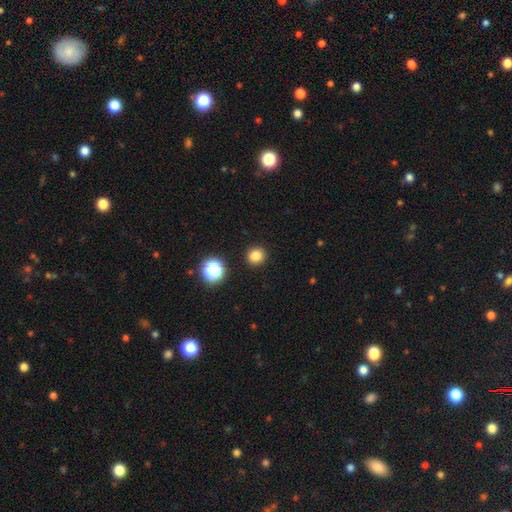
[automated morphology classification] smooth 82%, star or artifact 14%, featured or disk 4%. Down the decision tree: how rounded — round (90%); merging — none (91%).